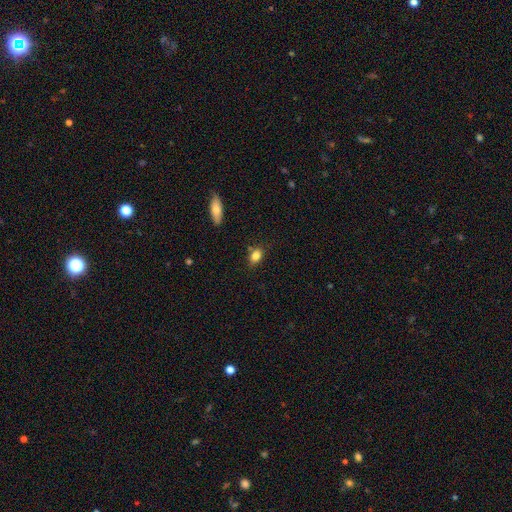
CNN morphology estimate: smooth_or_featured: smooth (p=0.83) [alt: star or artifact p=0.10]
how_rounded: in between (p=0.73) [alt: round p=0.24]
merging: none (p=0.75) [alt: minor disturbance p=0.16]